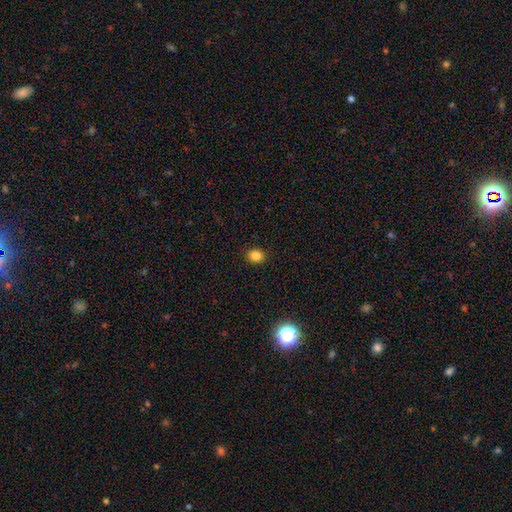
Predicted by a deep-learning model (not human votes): This appears to be a smooth galaxy with no disk features (84%) that is round (59%). Merging: none (91%).